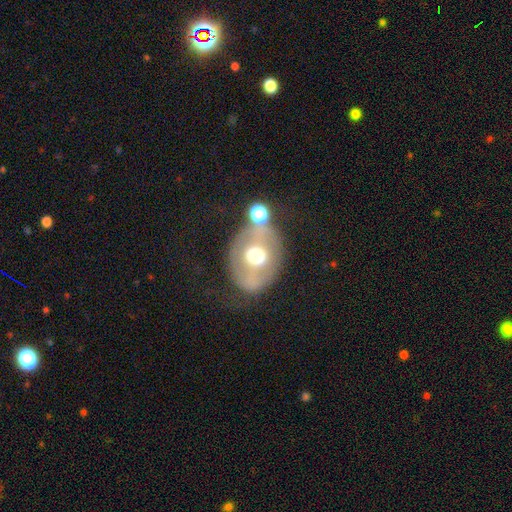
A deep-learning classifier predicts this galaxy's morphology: type=featured or disk (50%); edge-on=no (93%); merging=none (51%).